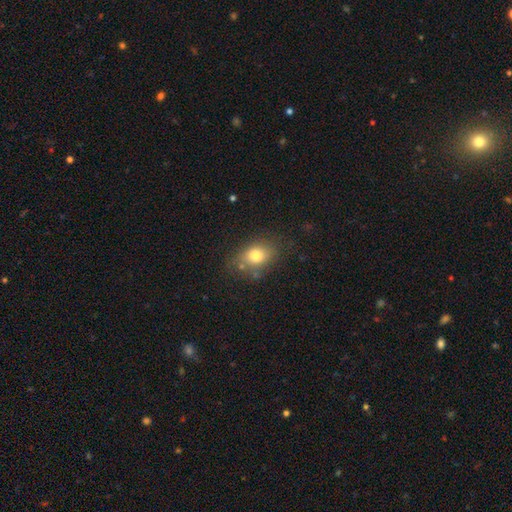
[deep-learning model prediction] Q: Smooth or featured?
A: smooth (77%); runner-up: featured or disk (12%)
Q: How rounded?
A: in between (68%); runner-up: round (31%)
Q: Merging?
A: none (72%); runner-up: minor disturbance (18%)